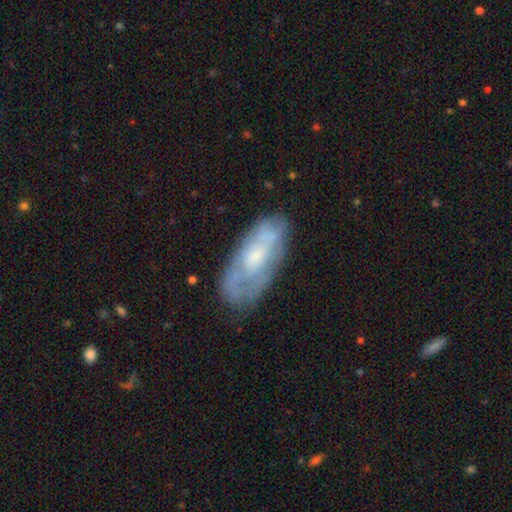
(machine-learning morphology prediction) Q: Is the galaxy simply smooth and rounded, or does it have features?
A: featured or disk — 52%.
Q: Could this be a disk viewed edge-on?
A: no — 87%.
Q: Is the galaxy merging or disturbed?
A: none — 62%.